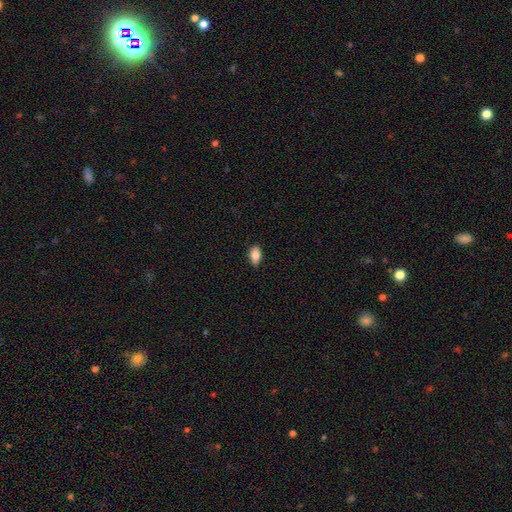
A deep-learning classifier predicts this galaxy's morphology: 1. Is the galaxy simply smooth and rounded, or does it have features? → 83% smooth, 10% featured or disk, 8% star or artifact.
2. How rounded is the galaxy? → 89% in between, 8% round, 3% cigar-shaped.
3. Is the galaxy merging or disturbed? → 83% none, 14% minor disturbance, 2% major disturbance, 1% merger.